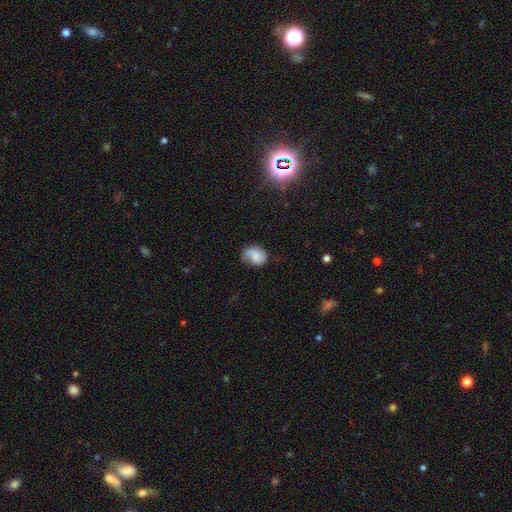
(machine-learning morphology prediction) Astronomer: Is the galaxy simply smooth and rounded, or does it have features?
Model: smooth — 61%.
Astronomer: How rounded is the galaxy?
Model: in between — 55% (runner-up: round, 44%).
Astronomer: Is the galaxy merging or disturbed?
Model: none — 52% (runner-up: minor disturbance, 30%).